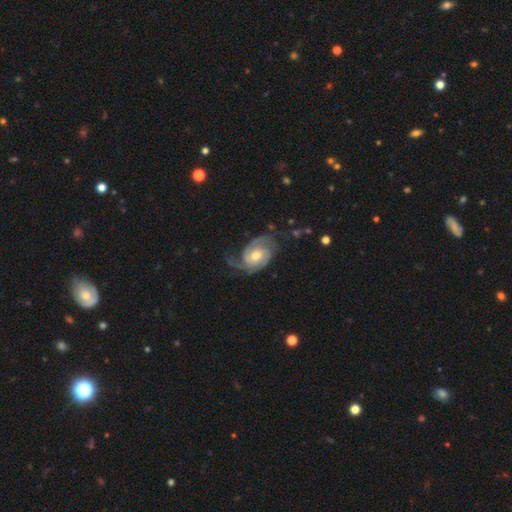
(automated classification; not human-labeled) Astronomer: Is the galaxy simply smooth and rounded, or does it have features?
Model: featured or disk — 87%.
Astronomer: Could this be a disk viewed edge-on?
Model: no — 97%.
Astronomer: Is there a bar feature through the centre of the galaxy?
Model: no — 59%.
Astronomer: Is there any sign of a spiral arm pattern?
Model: yes — 97%.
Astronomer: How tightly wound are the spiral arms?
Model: tight — 43% (runner-up: medium, 41%).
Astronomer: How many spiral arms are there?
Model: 2 — 61%.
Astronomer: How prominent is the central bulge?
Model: moderate — 70%.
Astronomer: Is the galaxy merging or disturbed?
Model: none — 61%.